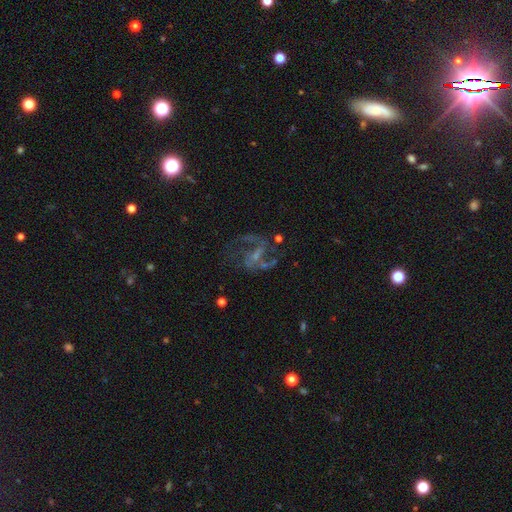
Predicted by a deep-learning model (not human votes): Morphology: type=featured or disk (78%); edge-on=no (97%); bar=weak (46%); spiral arms=yes (85%); winding=loose (48%); arm count=2 (79%); bulge=small (51%); merging=none (52%).